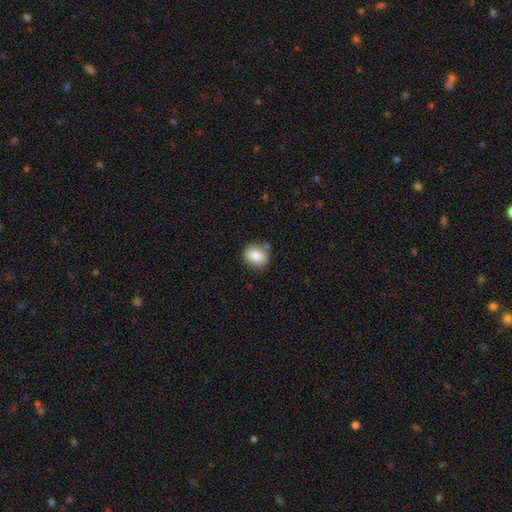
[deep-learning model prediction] A smooth galaxy with no disk features (78%) that is round (75%). Merging: none (83%).